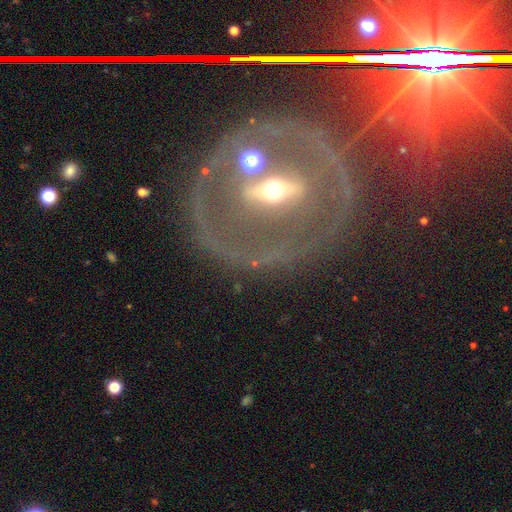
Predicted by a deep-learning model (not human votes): A featured or disk galaxy (75%) with a strong bar (45%), spiral arms (58%) and a moderate central bulge (55%).

Vote fractions:
- Smooth or featured? featured or disk: 75% / star or artifact: 14% / smooth: 11%
- Edge-on disk? no: 90% / yes: 10%
- Bar? strong: 45% / weak: 31% / no: 24%
- Spiral arms? yes: 58% / no: 42%
- Bulge size? moderate: 55% / small: 35% / large: 6% / dominant: 2% / none: 2%
- Merging? none: 71% / minor disturbance: 14% / major disturbance: 11% / merger: 5%